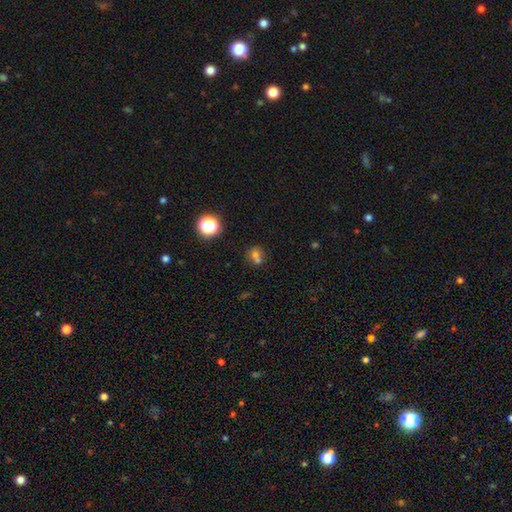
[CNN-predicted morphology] smooth-or-featured: smooth: 66% | star or artifact: 21% | featured or disk: 13%
  how-rounded: round: 69% | in between: 29% | cigar-shaped: 2%
  merging: none: 44% | merger: 42% | minor disturbance: 9% | major disturbance: 4%